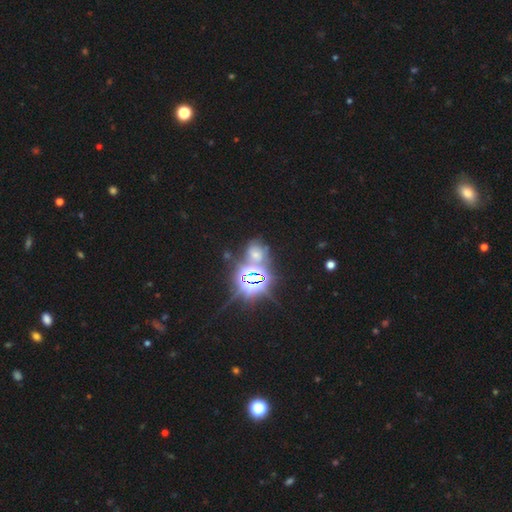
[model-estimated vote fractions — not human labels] Morphology: type=star or artifact (64%).